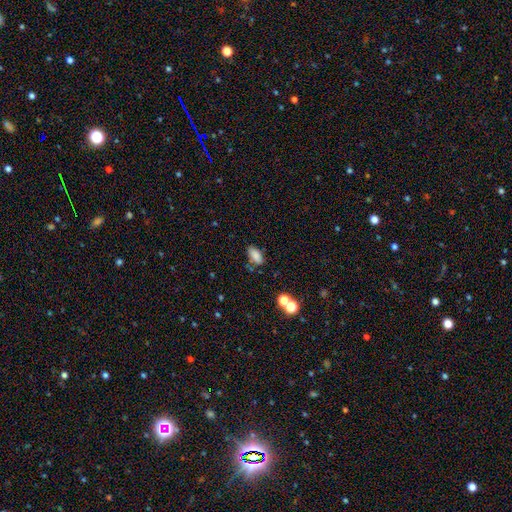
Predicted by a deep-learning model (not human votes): This is clearly a smooth galaxy (82%). How rounded: clearly in between (87%). Merging: likely none (71%).